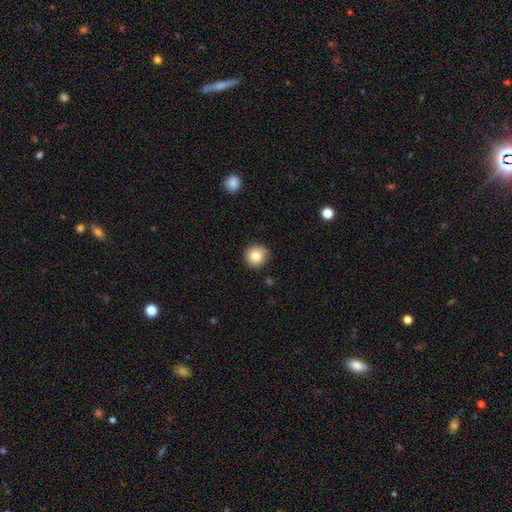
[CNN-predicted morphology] This is clearly a smooth galaxy (82%). How rounded: clearly round (94%). Merging: clearly none (87%).